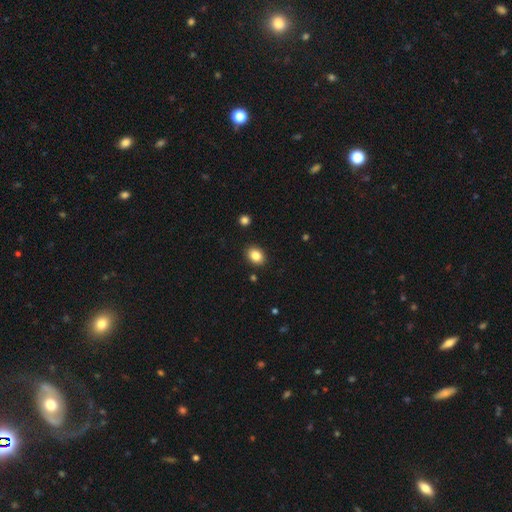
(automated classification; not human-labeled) Smooth or featured?
  - smooth: 85% *
  - star or artifact: 9%
  - featured or disk: 6%
How rounded?
  - in between: 64% *
  - round: 36%
  - cigar-shaped: 1%
Merging?
  - none: 89% *
  - minor disturbance: 7%
  - major disturbance: 2%
  - merger: 2%